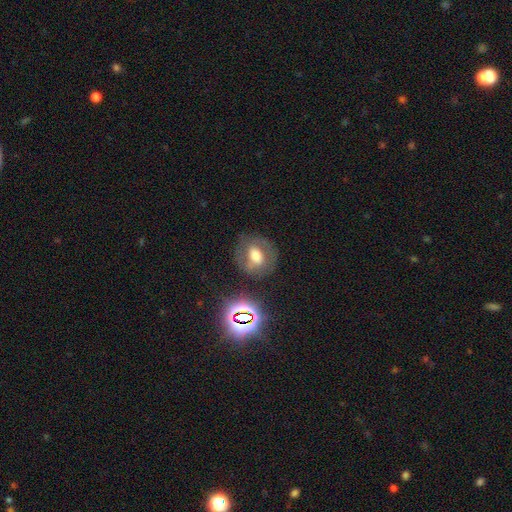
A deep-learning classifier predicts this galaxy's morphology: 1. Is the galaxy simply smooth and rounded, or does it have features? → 47% smooth, 38% featured or disk, 15% star or artifact.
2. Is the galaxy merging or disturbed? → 71% none, 16% minor disturbance, 10% major disturbance, 4% merger.